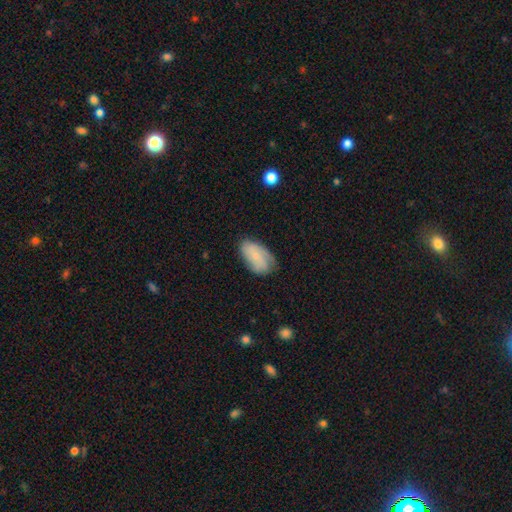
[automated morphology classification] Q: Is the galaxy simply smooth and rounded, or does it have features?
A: smooth — 63%.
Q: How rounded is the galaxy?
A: in between — 92%.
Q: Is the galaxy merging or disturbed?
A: none — 63%.